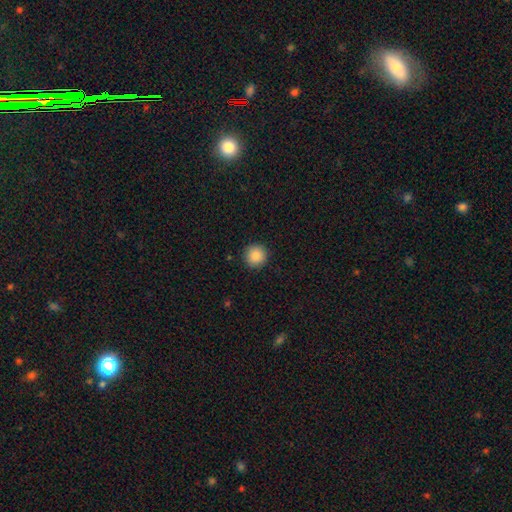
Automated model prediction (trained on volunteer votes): Smooth or featured? Predicted: smooth (p=0.88). How rounded? Predicted: round (p=0.95). Merging? Predicted: none (p=0.92).